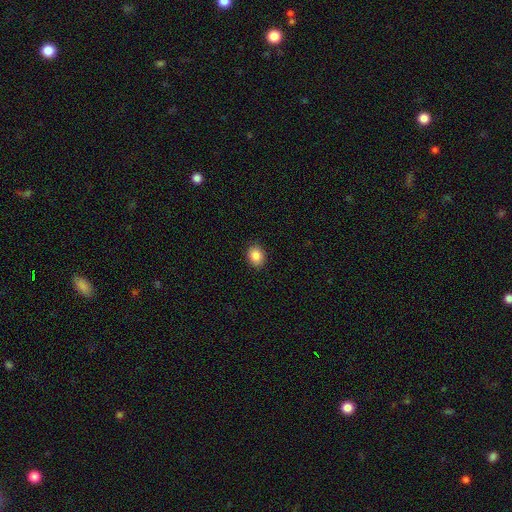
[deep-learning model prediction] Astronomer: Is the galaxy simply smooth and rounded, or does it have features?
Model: smooth — 87%.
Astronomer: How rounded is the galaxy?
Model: in between — 57% (runner-up: round, 42%).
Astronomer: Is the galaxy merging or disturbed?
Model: none — 90%.